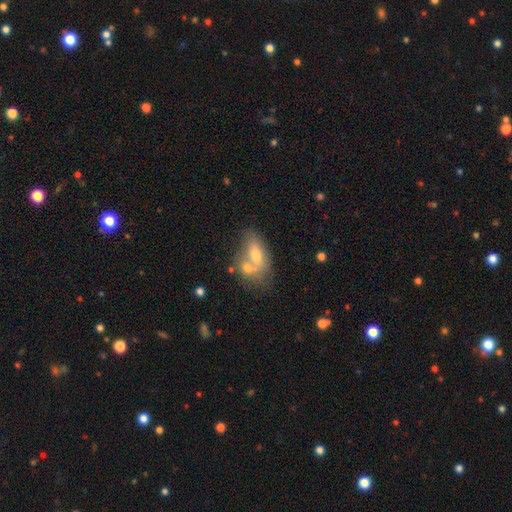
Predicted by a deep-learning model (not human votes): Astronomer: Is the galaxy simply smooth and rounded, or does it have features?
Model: smooth — 59%.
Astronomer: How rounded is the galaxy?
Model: in between — 82%.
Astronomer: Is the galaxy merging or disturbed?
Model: merger — 51% (runner-up: none, 29%).